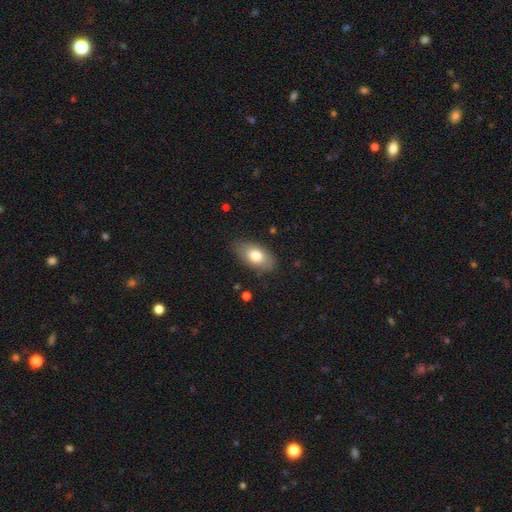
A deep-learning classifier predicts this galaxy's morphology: The model was most divided on "smooth or featured": smooth: 76%, featured or disk: 17%, star or artifact: 6%. More confident: how rounded — in between (92%); merging — none (80%).